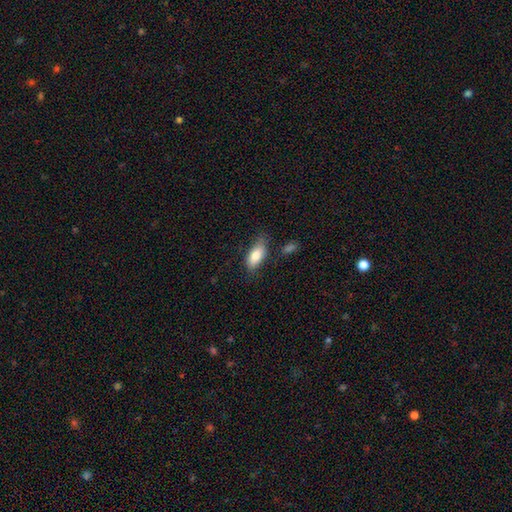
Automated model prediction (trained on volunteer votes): This is clearly a smooth galaxy (81%). How rounded: clearly in between (86%). Merging: likely none (68%).